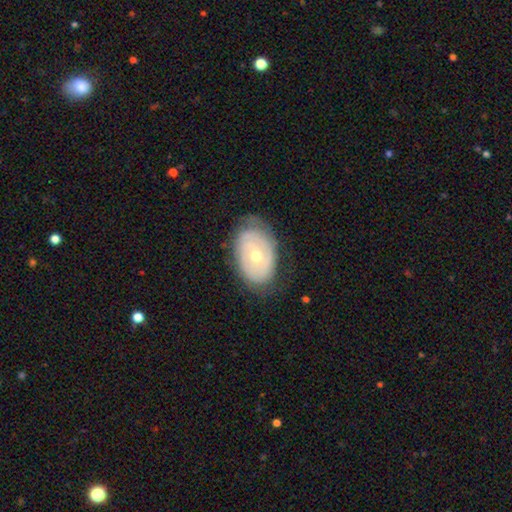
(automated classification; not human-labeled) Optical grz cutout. It shows a featured or disk galaxy (64%) with no bar (83%), spiral arms (54%) and a moderate central bulge (62%). Merging: none (71%).